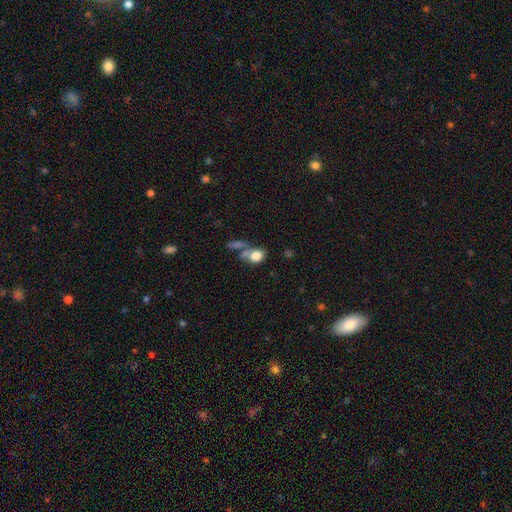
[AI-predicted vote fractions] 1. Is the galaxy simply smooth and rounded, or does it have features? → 78% smooth, 12% featured or disk, 10% star or artifact.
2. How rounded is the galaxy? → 63% in between, 33% round, 3% cigar-shaped.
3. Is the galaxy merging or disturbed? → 39% none, 38% merger, 12% minor disturbance, 10% major disturbance.